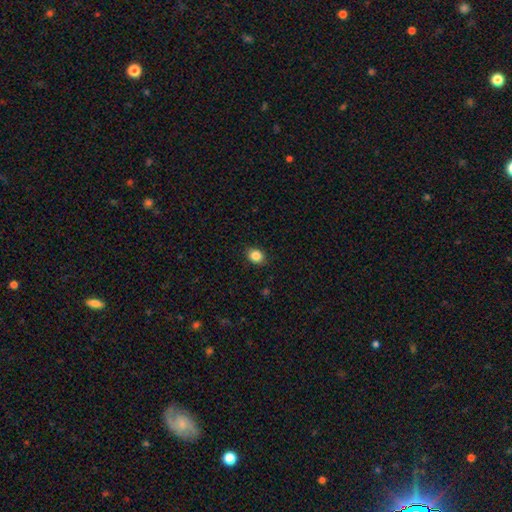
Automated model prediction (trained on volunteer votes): This appears to be a smooth galaxy with no disk features (86%) that is round (52%). Merging: none (88%).